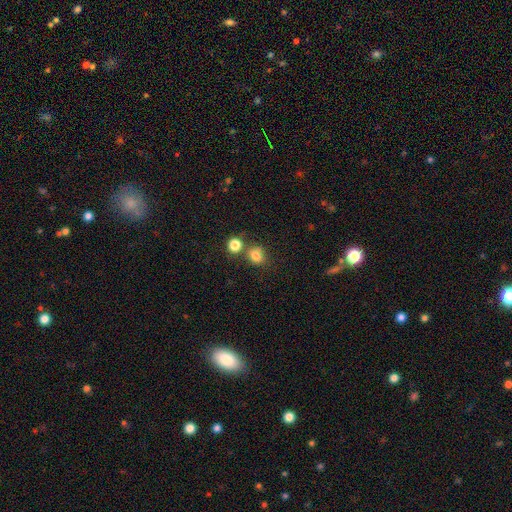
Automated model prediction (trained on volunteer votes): A smooth galaxy with no disk features (80%) that is round (64%). Merging: none (58%).